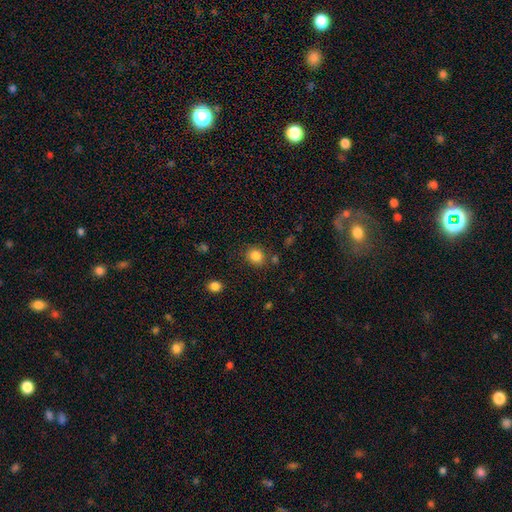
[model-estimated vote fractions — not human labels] This is clearly a smooth galaxy (84%). How rounded: likely round (69%). Merging: clearly none (81%).